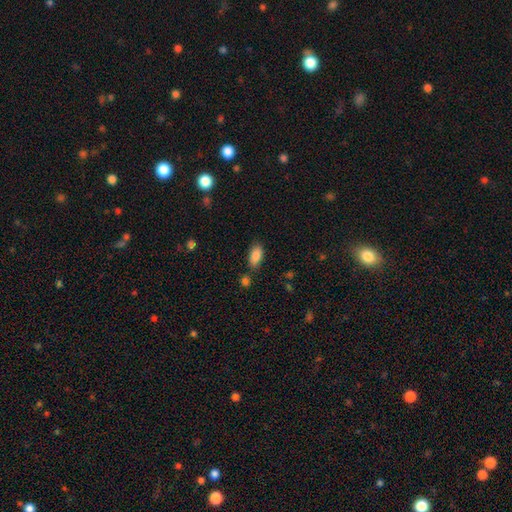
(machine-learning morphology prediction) Q: Smooth or featured?
A: smooth (86%); runner-up: star or artifact (7%)
Q: How rounded?
A: in between (90%); runner-up: cigar-shaped (7%)
Q: Merging?
A: none (77%); runner-up: minor disturbance (13%)